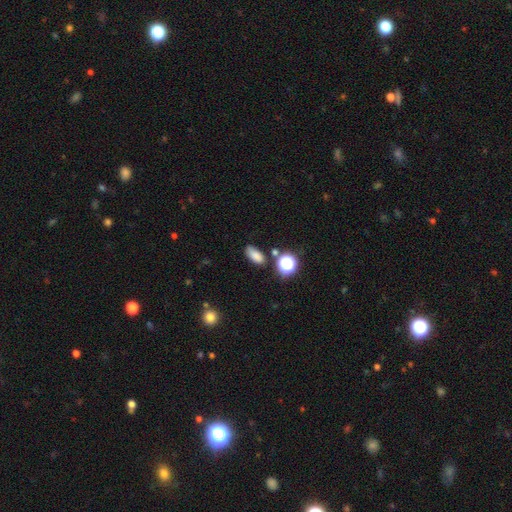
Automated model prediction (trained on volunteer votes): smooth-or-featured: smooth: 79% | star or artifact: 15% | featured or disk: 6%
  how-rounded: in between: 84% | round: 10% | cigar-shaped: 5%
  merging: none: 76% | minor disturbance: 14% | merger: 6% | major disturbance: 4%